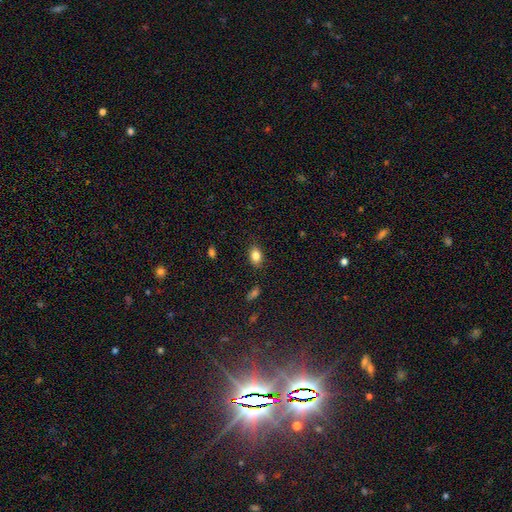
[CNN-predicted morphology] This appears to be a smooth galaxy with no disk features (83%) that is in between round and cigar-shaped (82%). Merging: none (85%).